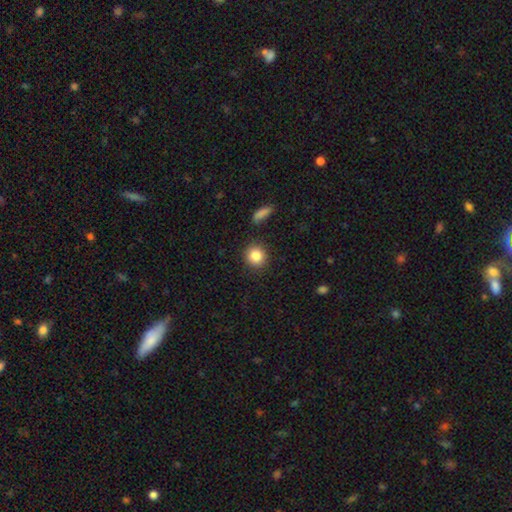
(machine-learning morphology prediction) Q: Smooth or featured?
A: smooth (85%); runner-up: star or artifact (9%)
Q: How rounded?
A: round (90%); runner-up: in between (9%)
Q: Merging?
A: none (88%); runner-up: minor disturbance (7%)